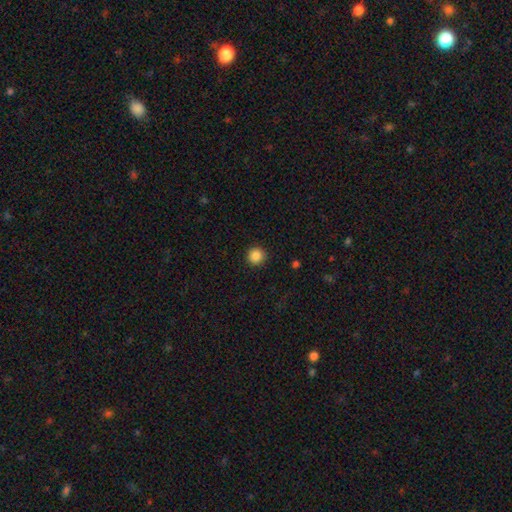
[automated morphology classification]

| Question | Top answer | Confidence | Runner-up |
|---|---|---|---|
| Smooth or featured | smooth | 87% | star or artifact (10%) |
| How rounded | round | 95% | in between (4%) |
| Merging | none | 92% | minor disturbance (5%) |